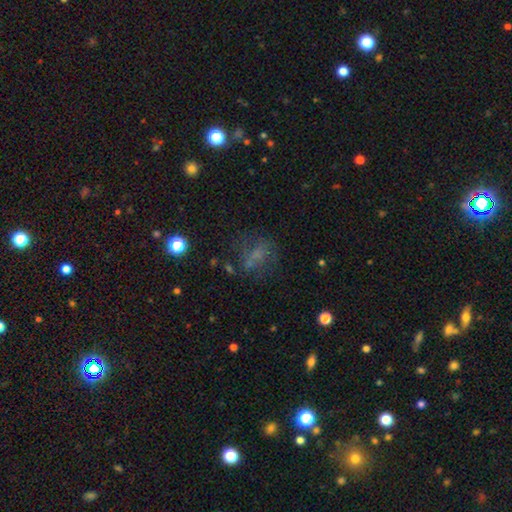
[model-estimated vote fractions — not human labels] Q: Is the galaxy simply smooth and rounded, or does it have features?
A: smooth — 47%.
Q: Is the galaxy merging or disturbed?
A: none — 55%.